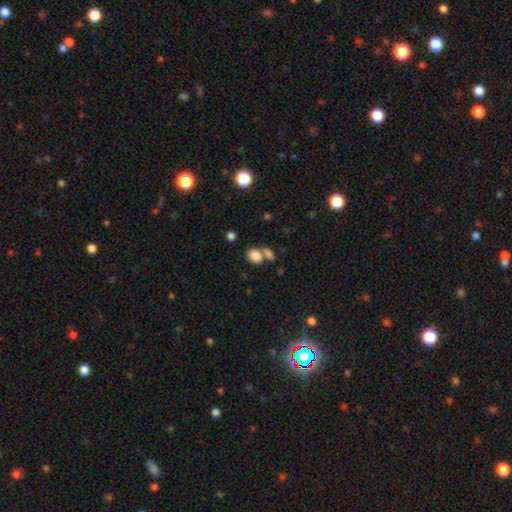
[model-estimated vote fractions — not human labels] Smooth or featured? smooth (83%)
How rounded? in between (67%)
Merging? none (44%)